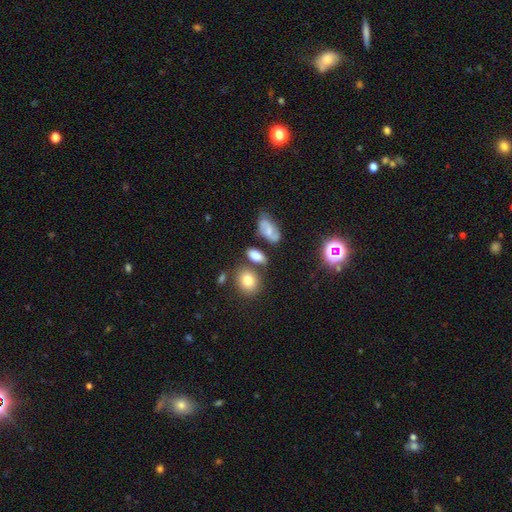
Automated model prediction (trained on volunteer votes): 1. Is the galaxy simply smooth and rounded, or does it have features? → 75% smooth, 14% featured or disk, 11% star or artifact.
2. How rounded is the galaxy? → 68% in between, 27% round, 5% cigar-shaped.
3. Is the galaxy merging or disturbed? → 66% none, 16% minor disturbance, 12% merger, 6% major disturbance.